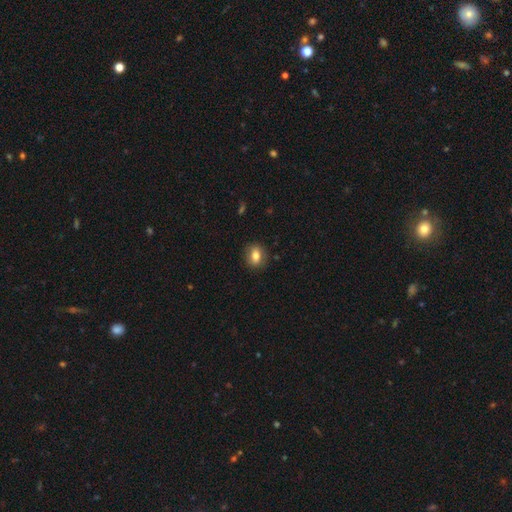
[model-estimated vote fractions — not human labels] smooth 79%, featured or disk 12%, star or artifact 9%. Down the decision tree: how rounded — in between (53%); merging — none (87%).